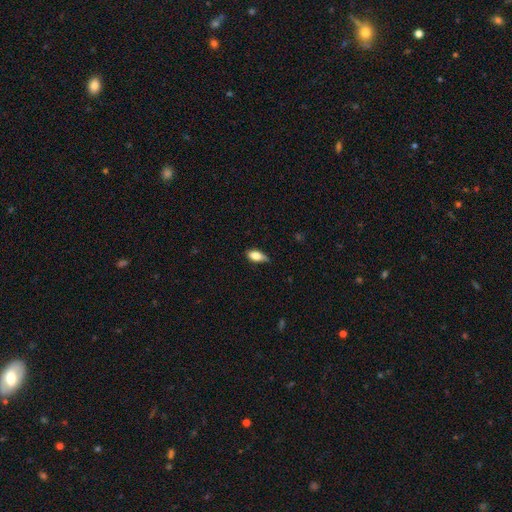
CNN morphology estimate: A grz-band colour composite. It shows a smooth galaxy with no disk features (79%) that is in between round and cigar-shaped (87%). Merging: none (52%).